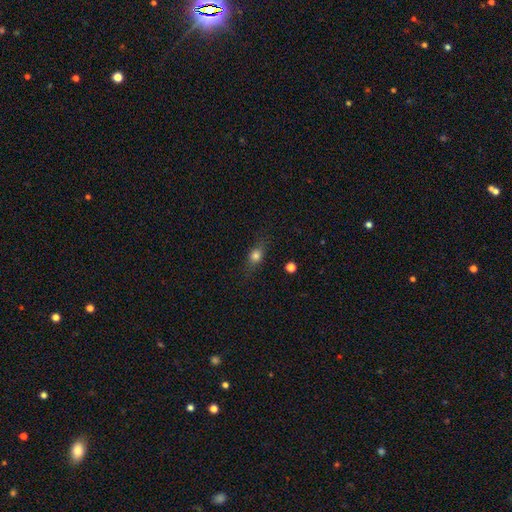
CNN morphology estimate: This appears to be a smooth galaxy with no disk features (69%) that is in between round and cigar-shaped (53%). Merging: none (75%).